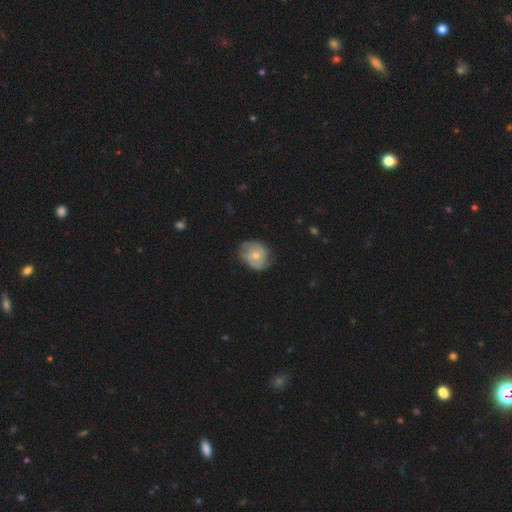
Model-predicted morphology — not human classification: type=featured or disk (62%); edge-on=no (97%); bar=no (76%); spiral arms=yes (77%); bulge=moderate (66%); merging=none (66%).